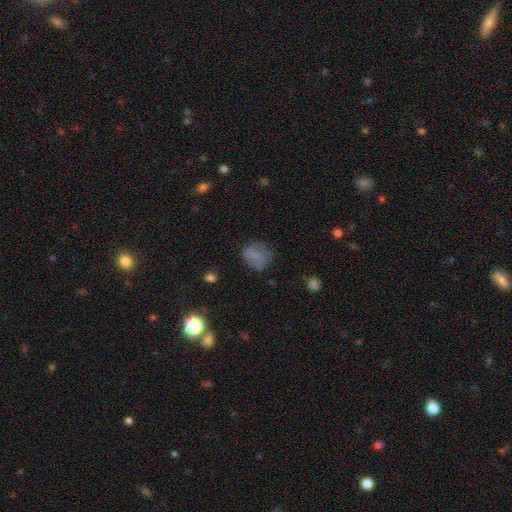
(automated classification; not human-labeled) smooth 57%, featured or disk 28%, star or artifact 15%. Down the decision tree: how rounded — round (66%); merging — none (65%).